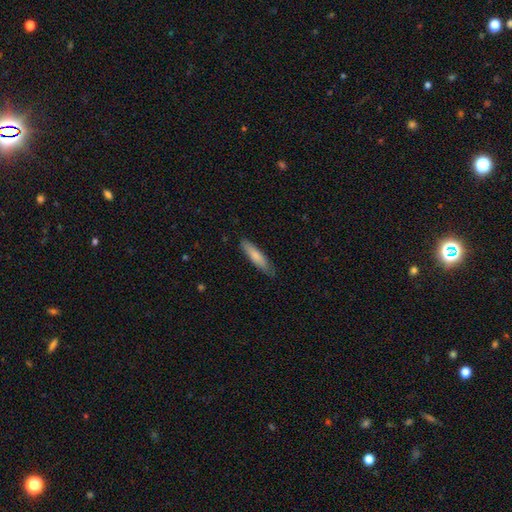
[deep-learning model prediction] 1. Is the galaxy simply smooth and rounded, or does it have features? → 79% smooth, 16% featured or disk, 5% star or artifact.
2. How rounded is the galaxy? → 79% cigar-shaped, 20% in between, 1% round.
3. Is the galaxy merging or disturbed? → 83% none, 14% minor disturbance, 2% major disturbance, 1% merger.